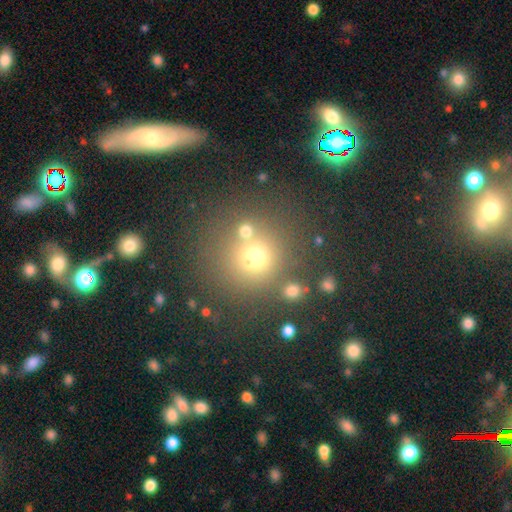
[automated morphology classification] The model was most divided on "smooth or featured": smooth: 59%, star or artifact: 28%, featured or disk: 13%. More confident: how rounded — round (88%); merging — none (69%).